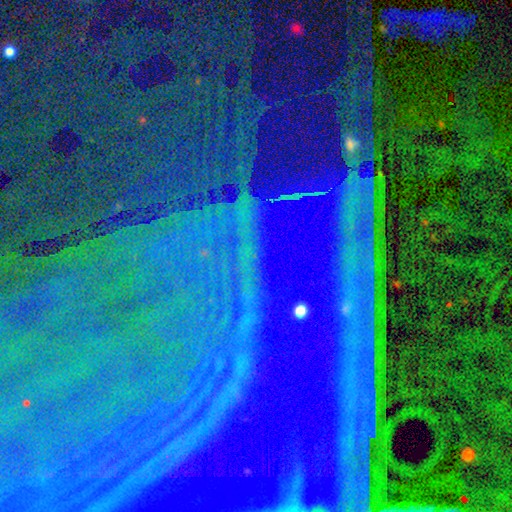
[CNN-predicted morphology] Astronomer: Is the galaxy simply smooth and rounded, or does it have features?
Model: star or artifact — 86%.